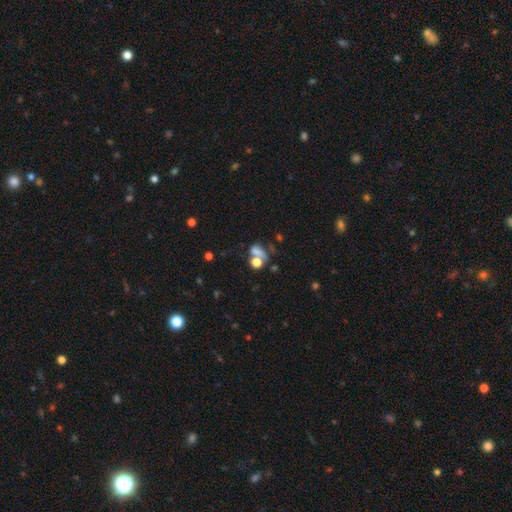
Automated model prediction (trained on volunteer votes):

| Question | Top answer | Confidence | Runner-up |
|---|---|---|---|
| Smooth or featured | smooth | 61% | star or artifact (23%) |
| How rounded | in between | 51% | round (45%) |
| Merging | merger | 40% | none (32%) |